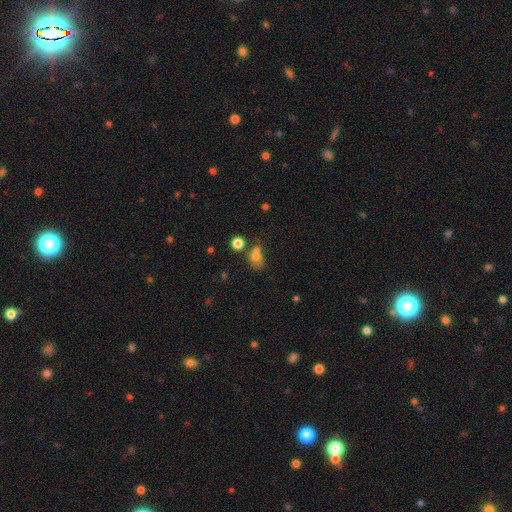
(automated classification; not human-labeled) The model was most divided on "merging" (2-way tie): merger: 36%, none: 36%, minor disturbance: 17%, major disturbance: 11%. More confident: smooth or featured — smooth (71%); how rounded — round (50%).